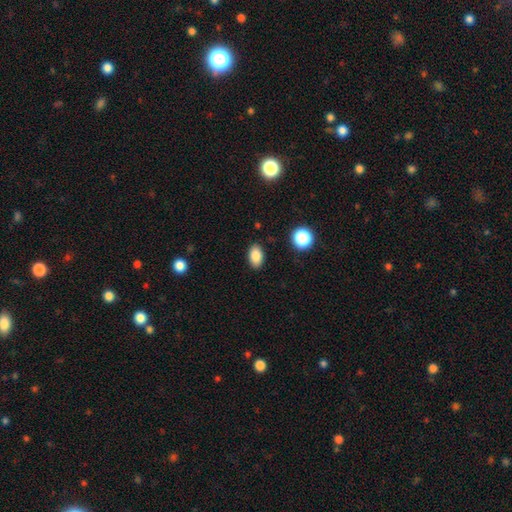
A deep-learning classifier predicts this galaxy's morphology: Overall: smooth (85%). How rounded: in between (89%). Merging: none (88%).